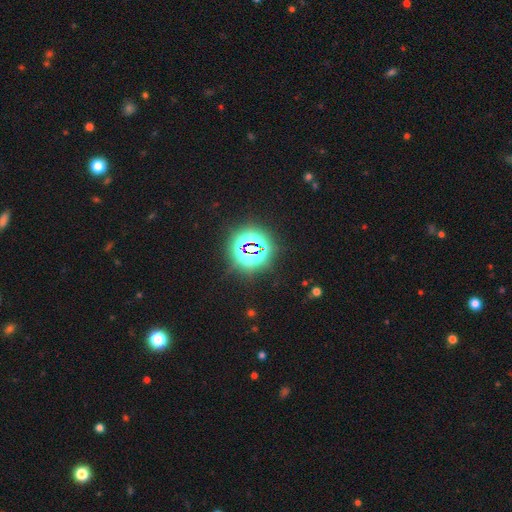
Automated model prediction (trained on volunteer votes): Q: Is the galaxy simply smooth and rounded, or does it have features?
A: star or artifact — 78%.